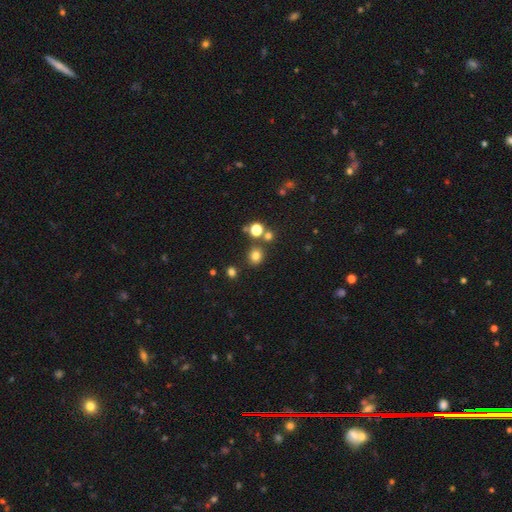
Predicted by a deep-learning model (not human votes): Smooth or featured? smooth (76%)
How rounded? round (85%)
Merging? none (79%)